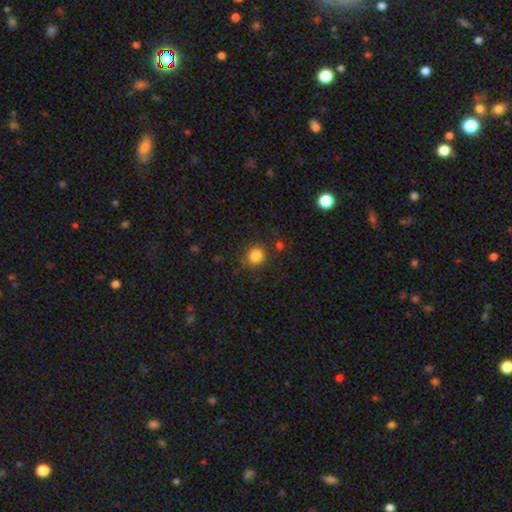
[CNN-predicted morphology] A smooth galaxy with no disk features (83%) that is round (88%).

Vote fractions:
- Smooth or featured? smooth: 83% / star or artifact: 12% / featured or disk: 5%
- How rounded? round: 88% / in between: 11% / cigar-shaped: 1%
- Merging? none: 82% / minor disturbance: 10% / merger: 4% / major disturbance: 4%